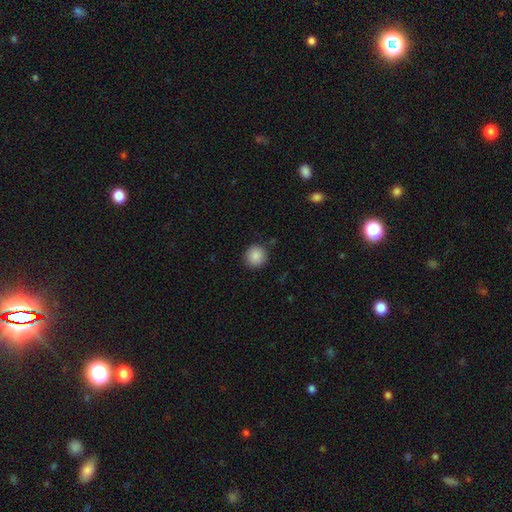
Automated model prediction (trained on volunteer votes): A smooth galaxy with no disk features (88%) that is round (94%). Merging: none (89%).